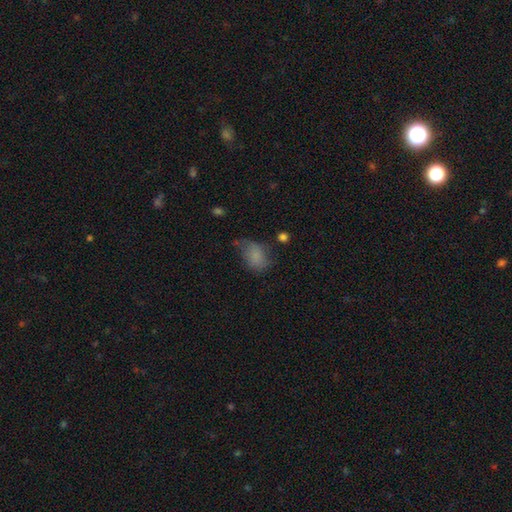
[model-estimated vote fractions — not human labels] Smooth or featured?
  - smooth: 77% *
  - featured or disk: 12%
  - star or artifact: 11%
How rounded?
  - in between: 75% *
  - round: 23%
  - cigar-shaped: 1%
Merging?
  - none: 43% *
  - minor disturbance: 35%
  - major disturbance: 18%
  - merger: 4%